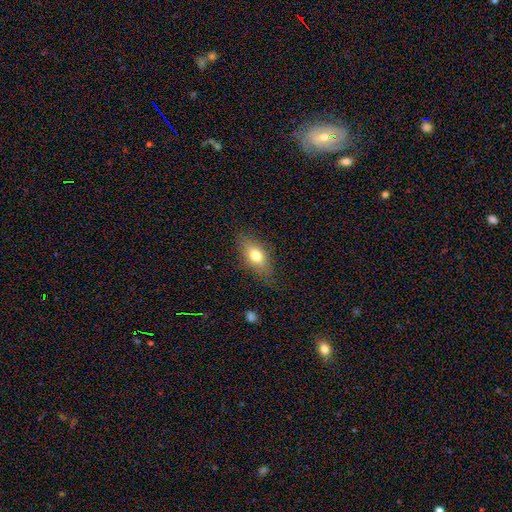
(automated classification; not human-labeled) The model was most divided on "smooth or featured": smooth: 72%, featured or disk: 19%, star or artifact: 8%. More confident: how rounded — in between (80%); merging — none (75%).